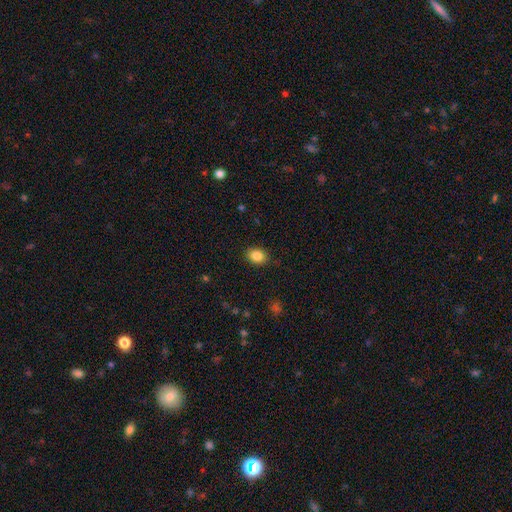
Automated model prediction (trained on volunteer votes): Smooth or featured? Predicted: smooth (p=0.86). How rounded? Predicted: in between (p=0.62). Merging? Predicted: none (p=0.87).